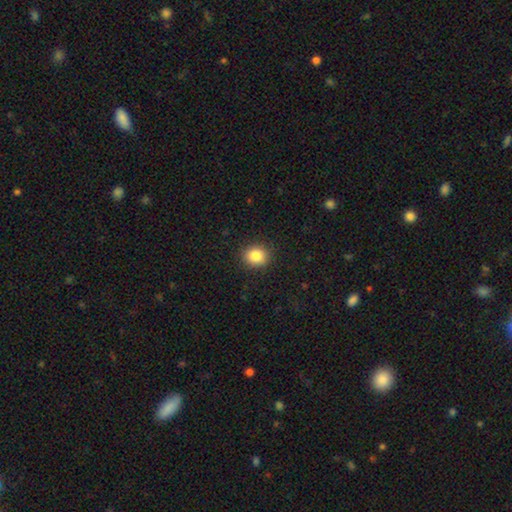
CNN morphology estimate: Smooth or featured?
  - smooth: 85% *
  - star or artifact: 10%
  - featured or disk: 5%
How rounded?
  - round: 77% *
  - in between: 22%
  - cigar-shaped: 1%
Merging?
  - none: 90% *
  - minor disturbance: 7%
  - major disturbance: 2%
  - merger: 1%